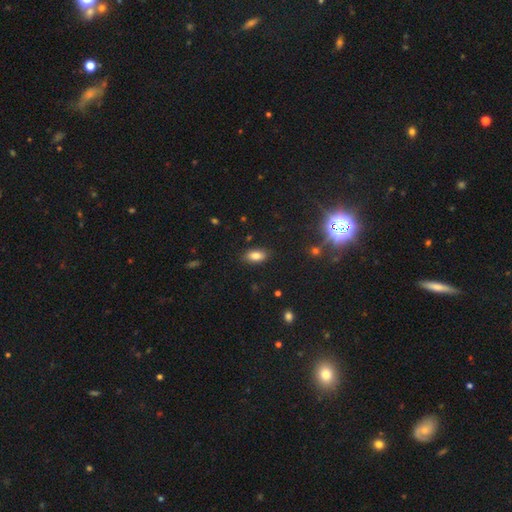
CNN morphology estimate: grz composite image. It shows a smooth galaxy with no disk features (81%) that is in between round and cigar-shaped (90%). Merging: none (86%).